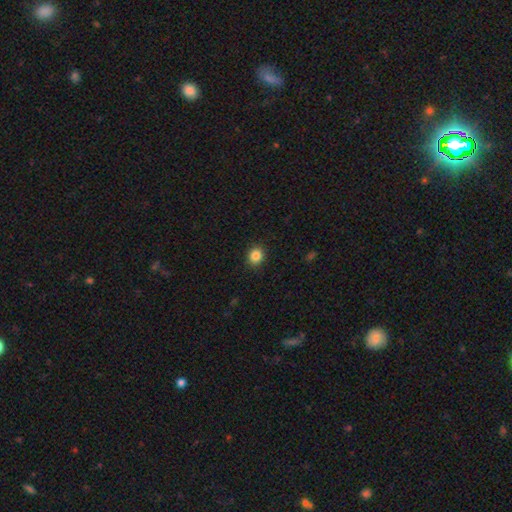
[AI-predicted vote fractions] Overall: smooth (85%). How rounded: round (80%). Merging: none (90%).